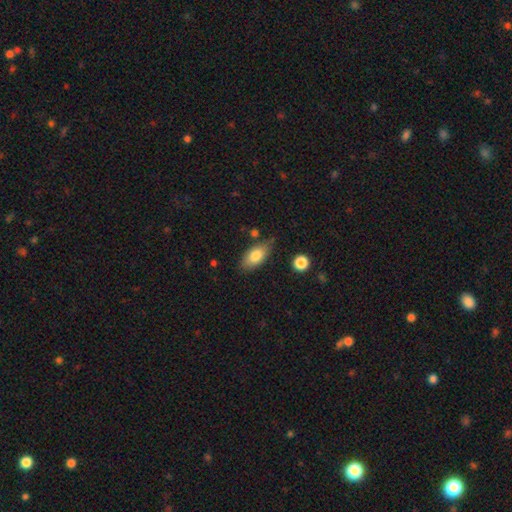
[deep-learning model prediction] A smooth galaxy with no disk features (79%) that is in between round and cigar-shaped (90%). Merging: none (69%).